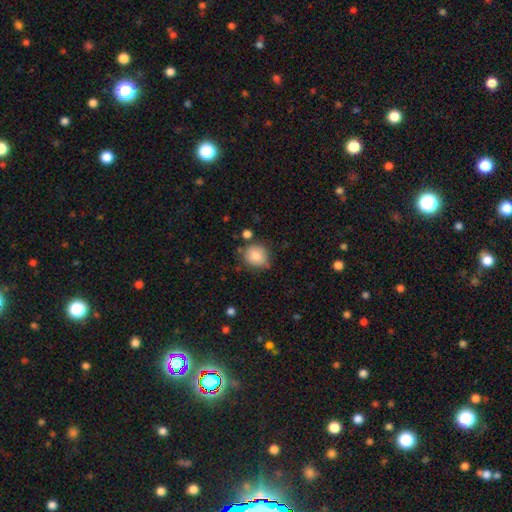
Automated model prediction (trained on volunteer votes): smooth_or_featured: smooth (p=0.83) [alt: featured or disk p=0.09]
how_rounded: round (p=0.84) [alt: in between p=0.15]
merging: none (p=0.71) [alt: minor disturbance p=0.19]